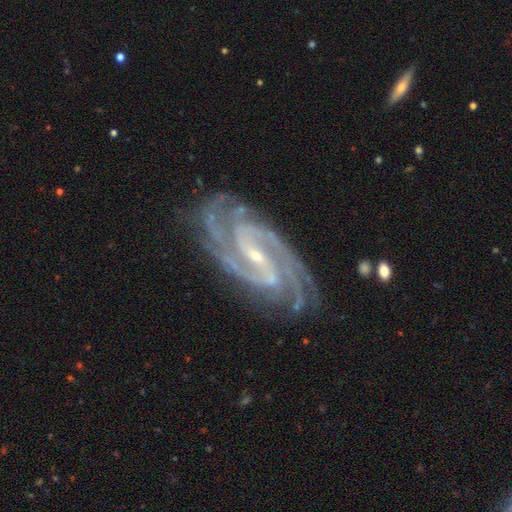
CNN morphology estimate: Smooth or featured? Predicted: featured or disk (p=0.93). Edge-on disk? Predicted: no (p=0.96). Bar? Predicted: strong (p=0.43). Spiral arms? Predicted: yes (p=0.99). Spiral winding? Predicted: tight (p=0.54). Spiral arm count? Predicted: 2 (p=0.37). Bulge size? Predicted: small (p=0.80). Merging? Predicted: none (p=0.80).